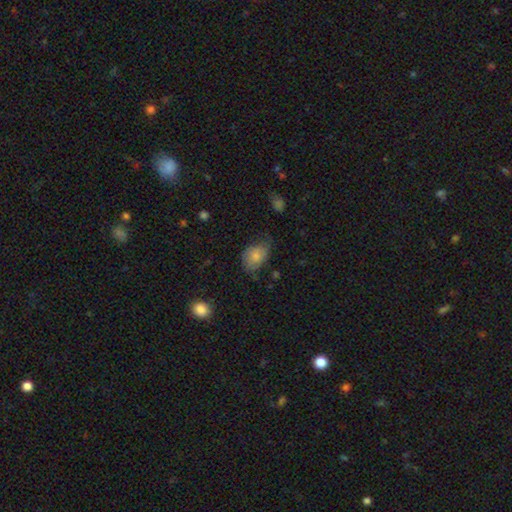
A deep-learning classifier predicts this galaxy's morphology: Smooth or featured?
  - smooth: 75% *
  - featured or disk: 17%
  - star or artifact: 8%
How rounded?
  - in between: 78% *
  - round: 20%
  - cigar-shaped: 1%
Merging?
  - none: 48% *
  - minor disturbance: 36%
  - major disturbance: 14%
  - merger: 2%